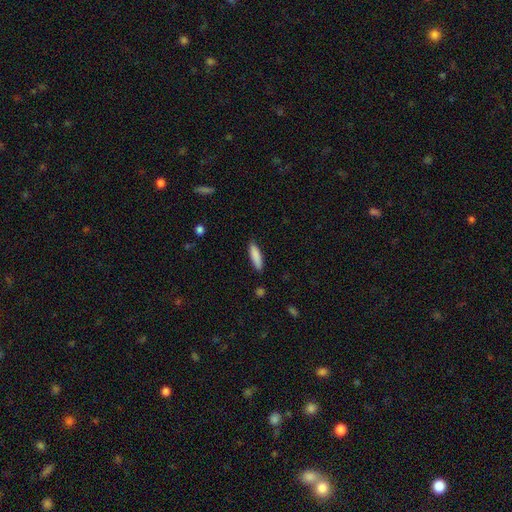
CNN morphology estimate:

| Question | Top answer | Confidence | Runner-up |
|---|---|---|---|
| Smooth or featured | smooth | 87% | featured or disk (7%) |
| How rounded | cigar-shaped | 62% | in between (36%) |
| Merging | none | 86% | minor disturbance (10%) |